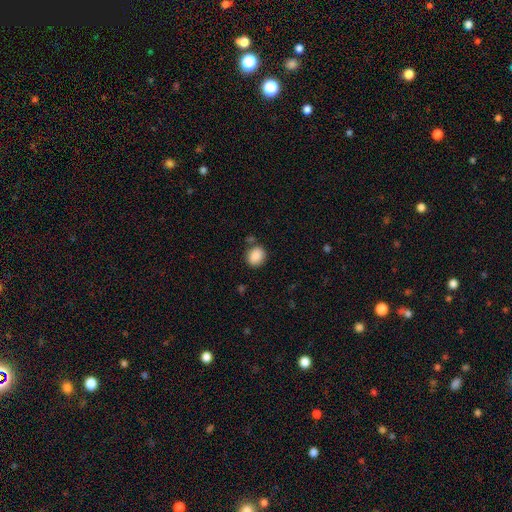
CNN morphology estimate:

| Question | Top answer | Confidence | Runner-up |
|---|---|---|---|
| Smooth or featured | smooth | 88% | star or artifact (8%) |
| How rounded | round | 61% | in between (38%) |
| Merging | none | 76% | minor disturbance (13%) |